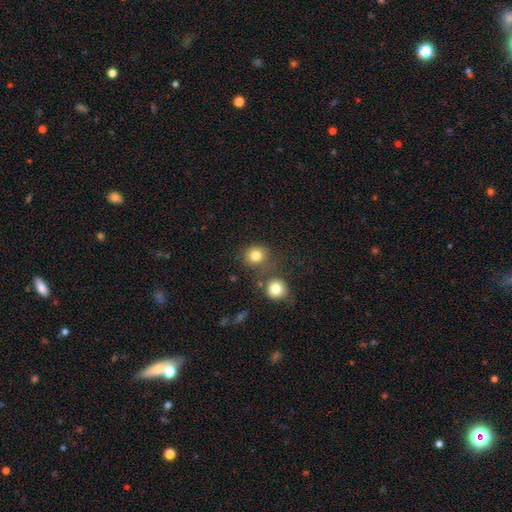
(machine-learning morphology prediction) Smooth or featured? Predicted: smooth (p=0.82). How rounded? Predicted: round (p=0.85). Merging? Predicted: none (p=0.67).